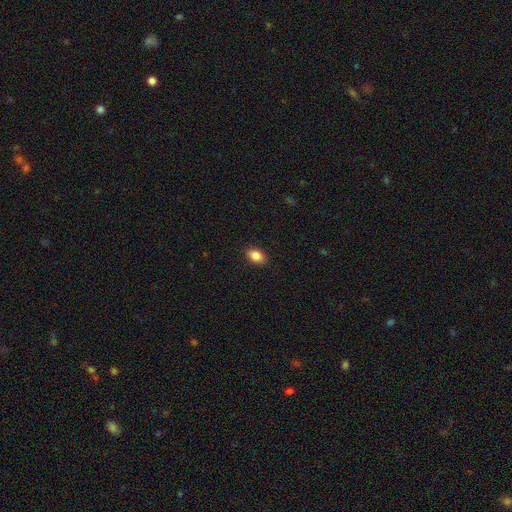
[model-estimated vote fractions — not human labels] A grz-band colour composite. It shows a smooth galaxy with no disk features (86%) that is in between round and cigar-shaped (87%). Merging: none (89%).